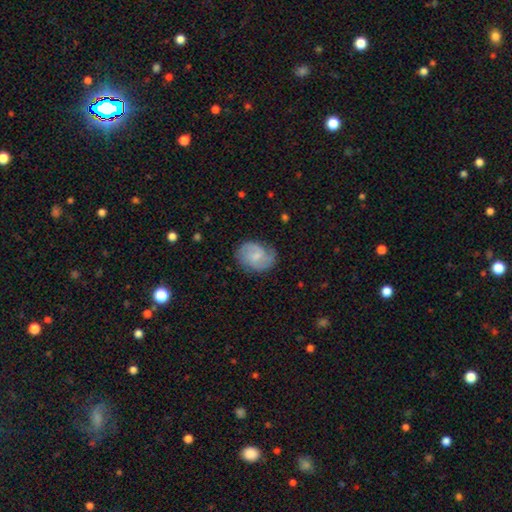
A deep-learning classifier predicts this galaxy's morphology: Smooth or featured: featured or disk — 60% (smooth — 33%)
Edge-on disk: no — 98% (yes — 2%)
Bar: weak — 55% (no — 37%)
Spiral arms: yes — 90% (no — 10%)
Spiral winding: medium — 48% (tight — 29%)
Spiral arm count: 2 — 78% (can't tell — 12%)
Bulge size: small — 44% (moderate — 33%)
Merging: none — 71% (minor disturbance — 21%)